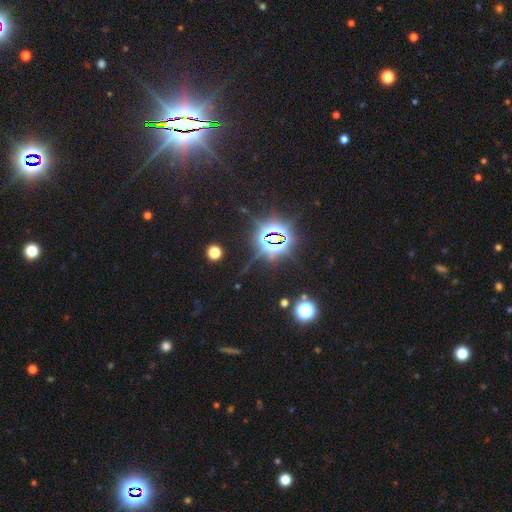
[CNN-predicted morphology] Smooth or featured? star or artifact (84%)